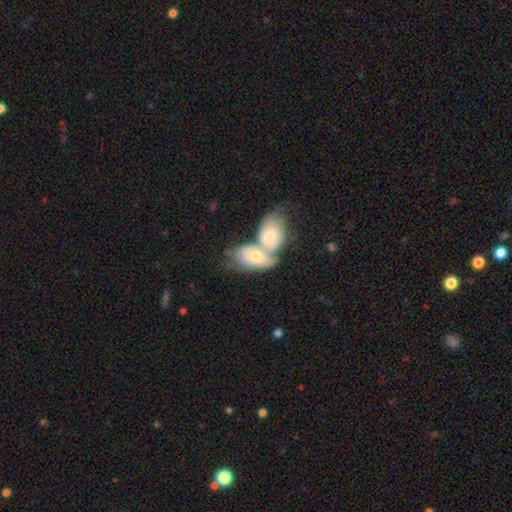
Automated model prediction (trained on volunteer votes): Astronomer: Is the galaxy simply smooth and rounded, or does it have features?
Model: smooth — 55% (runner-up: featured or disk, 38%).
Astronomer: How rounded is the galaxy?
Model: in between — 87%.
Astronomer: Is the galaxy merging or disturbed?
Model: merger — 72%.